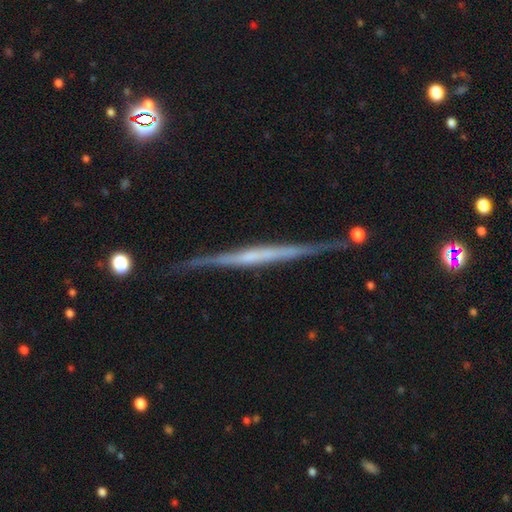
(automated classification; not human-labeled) This appears to be a featured or disk galaxy (76%) viewed edge-on (97%) with no central bulge (63%). Merging: none (82%).